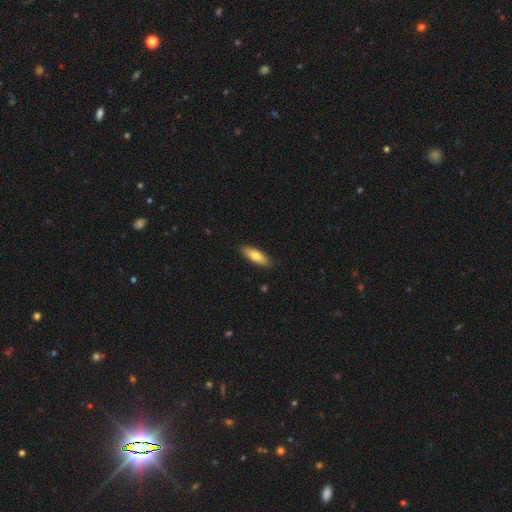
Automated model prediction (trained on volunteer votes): Smooth or featured? Predicted: smooth (p=0.71). How rounded? Predicted: in between (p=0.55). Merging? Predicted: none (p=0.88).